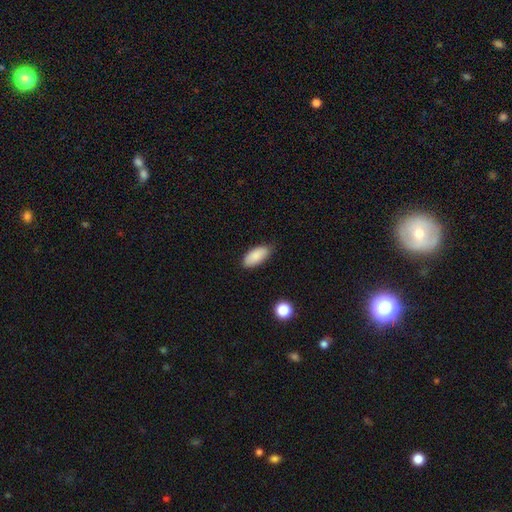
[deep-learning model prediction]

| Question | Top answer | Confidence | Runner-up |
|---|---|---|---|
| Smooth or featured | smooth | 89% | star or artifact (7%) |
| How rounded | in between | 90% | cigar-shaped (8%) |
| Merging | none | 78% | minor disturbance (18%) |